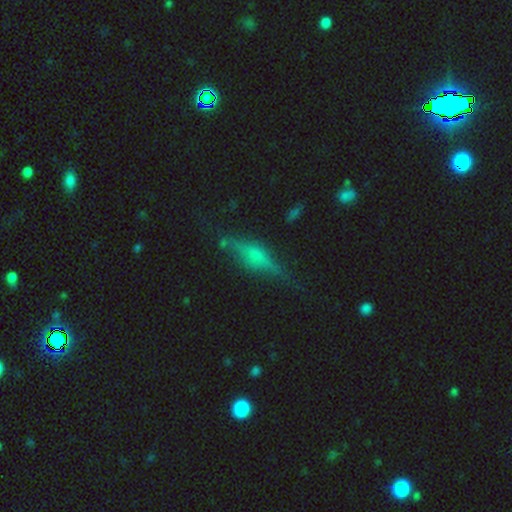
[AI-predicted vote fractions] Morphology: type=featured or disk (63%); edge-on=yes (92%); edge-on bulge=rounded (75%); merging=none (77%).